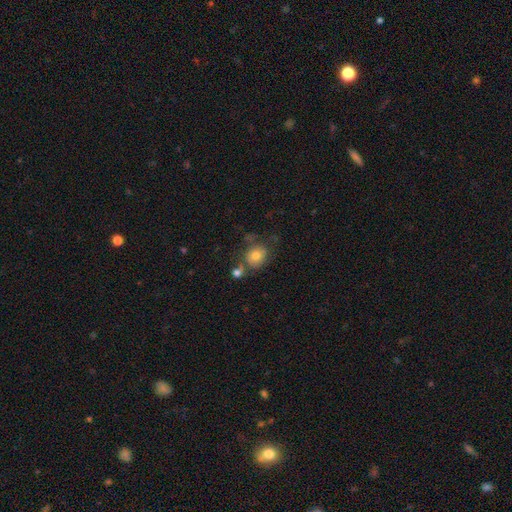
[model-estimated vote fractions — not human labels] Overall: smooth (75%). How rounded: round (73%). Merging: none (52%; merger 20%).